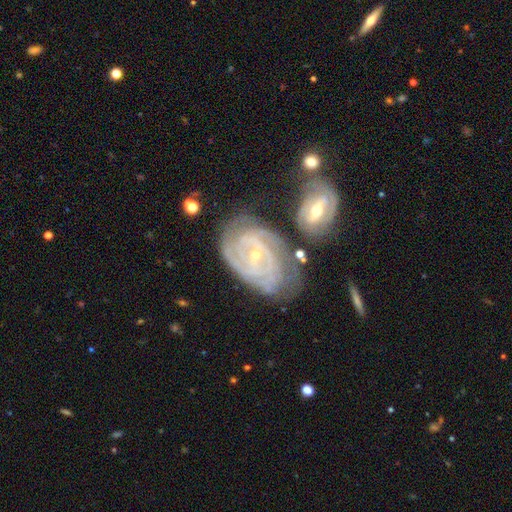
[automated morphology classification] Smooth or featured: featured or disk — 89% (star or artifact — 6%)
Edge-on disk: no — 97% (yes — 3%)
Bar: no — 40% (tied with weak — 40%)
Spiral arms: yes — 97% (no — 3%)
Spiral winding: tight — 76% (medium — 20%)
Spiral arm count: 2 — 26% (3 — 25%)
Bulge size: small — 72% (moderate — 25%)
Merging: none — 53% (minor disturbance — 23%)